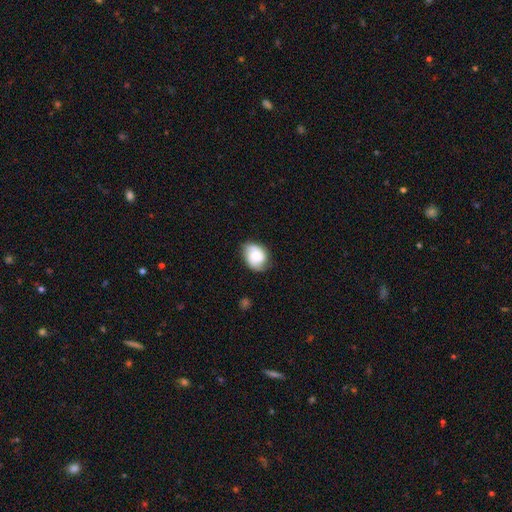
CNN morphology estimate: Q: Smooth or featured?
A: smooth (46%); tied with: featured or disk (46%)
Q: Merging?
A: none (73%); runner-up: minor disturbance (20%)